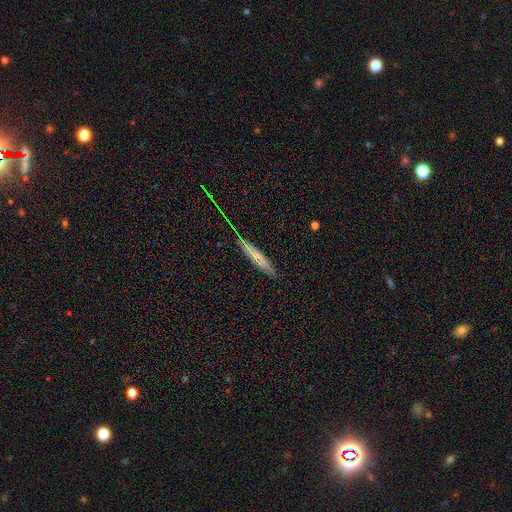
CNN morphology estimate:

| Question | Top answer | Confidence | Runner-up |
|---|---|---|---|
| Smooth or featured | smooth | 59% | featured or disk (30%) |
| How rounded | cigar-shaped | 92% | in between (7%) |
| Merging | none | 83% | minor disturbance (12%) |